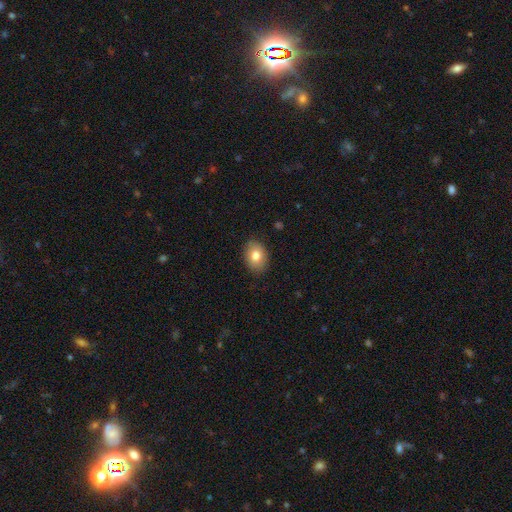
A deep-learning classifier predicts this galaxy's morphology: Smooth or featured: smooth — 81% (featured or disk — 11%)
How rounded: in between — 71% (round — 28%)
Merging: none — 87% (minor disturbance — 10%)